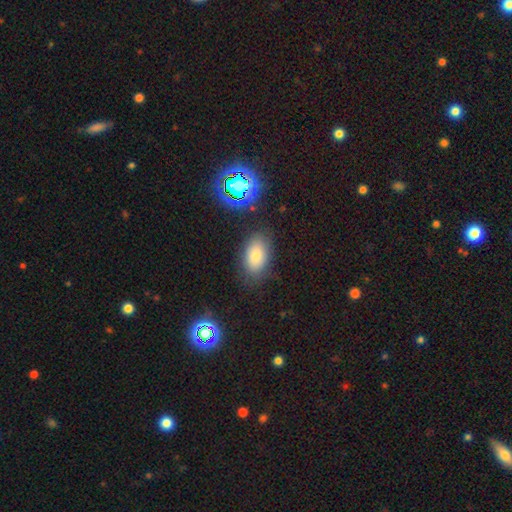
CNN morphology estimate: A smooth galaxy with no disk features (76%) that is in between round and cigar-shaped (89%).

Vote fractions:
- Smooth or featured? smooth: 76% / star or artifact: 13% / featured or disk: 11%
- How rounded? in between: 89% / round: 10% / cigar-shaped: 2%
- Merging? none: 81% / minor disturbance: 12% / major disturbance: 4% / merger: 3%